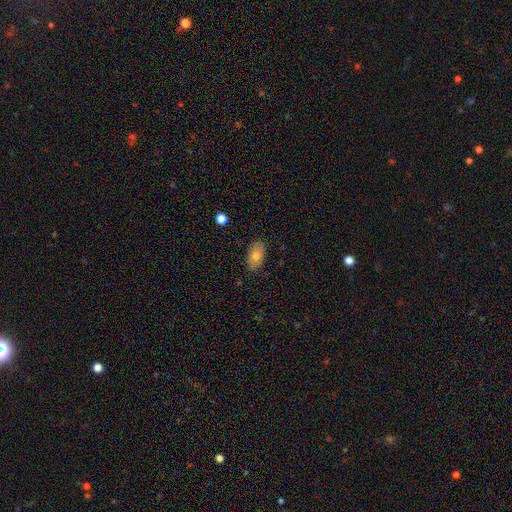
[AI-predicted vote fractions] smooth-or-featured: smooth: 75% | featured or disk: 17% | star or artifact: 8%
  how-rounded: in between: 91% | round: 6% | cigar-shaped: 3%
  merging: none: 86% | minor disturbance: 11% | major disturbance: 2% | merger: 1%